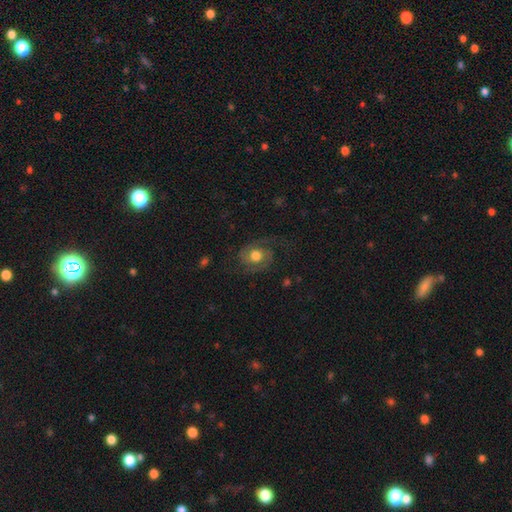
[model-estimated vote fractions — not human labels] Smooth or featured? featured or disk (67%)
Edge-on disk? no (97%)
Bar? no (73%)
Spiral arms? yes (90%)
Spiral winding? medium (48%)
Spiral arm count? 2 (86%)
Bulge size? moderate (65%)
Merging? none (65%)